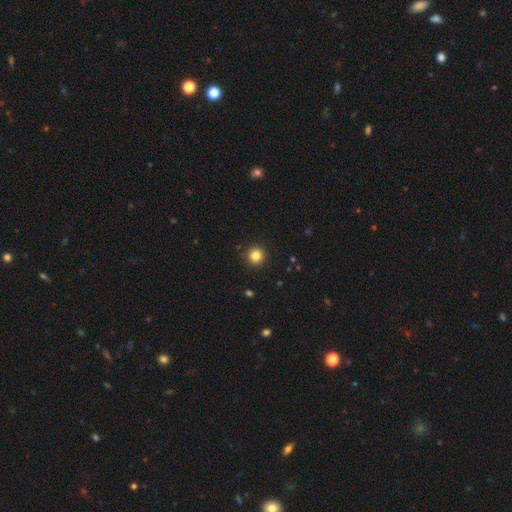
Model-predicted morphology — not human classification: This is clearly a smooth galaxy (83%). How rounded: clearly round (95%). Merging: clearly none (92%).